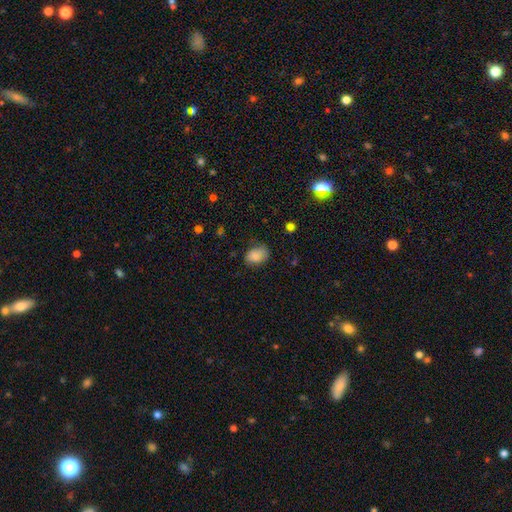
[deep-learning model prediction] A smooth galaxy with no disk features (85%) that is in between round and cigar-shaped (77%).

Vote fractions:
- Smooth or featured? smooth: 85% / star or artifact: 9% / featured or disk: 7%
- How rounded? in between: 77% / round: 22% / cigar-shaped: 1%
- Merging? none: 67% / minor disturbance: 26% / major disturbance: 6% / merger: 2%